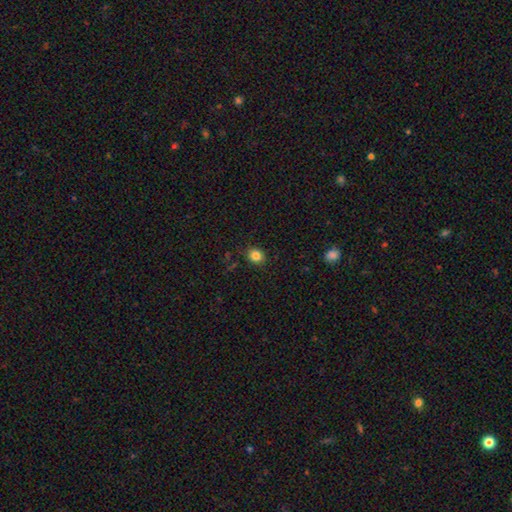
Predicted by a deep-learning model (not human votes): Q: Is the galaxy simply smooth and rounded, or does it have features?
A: smooth — 83%.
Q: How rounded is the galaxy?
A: round — 76%.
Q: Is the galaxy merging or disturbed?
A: none — 88%.